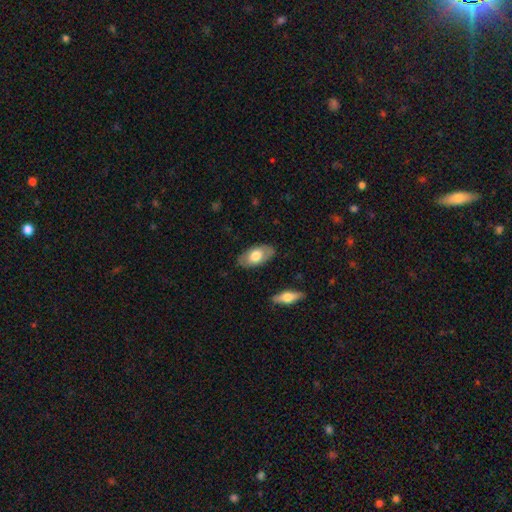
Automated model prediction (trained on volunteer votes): A smooth galaxy with no disk features (65%) that is in between round and cigar-shaped (94%). Merging: none (83%).